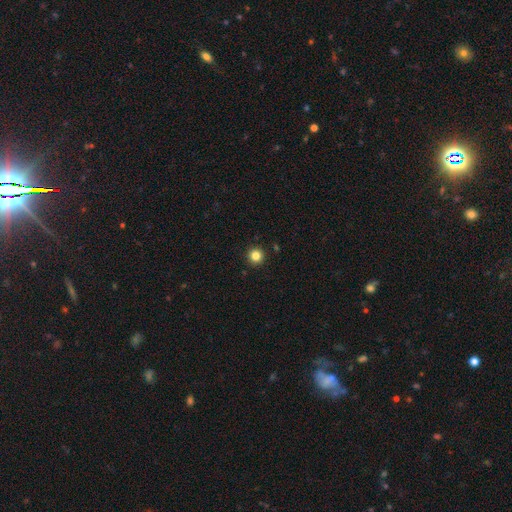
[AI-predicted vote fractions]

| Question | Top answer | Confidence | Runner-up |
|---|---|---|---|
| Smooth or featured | smooth | 83% | star or artifact (12%) |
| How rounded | round | 96% | in between (3%) |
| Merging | none | 93% | minor disturbance (4%) |